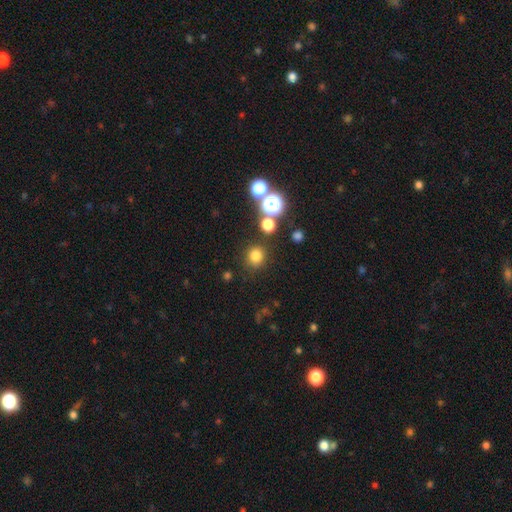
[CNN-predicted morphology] This appears to be a smooth galaxy with no disk features (77%) that is round (89%). Merging: none (85%).